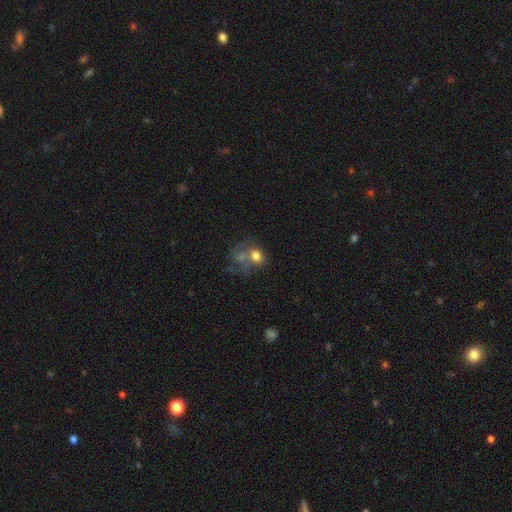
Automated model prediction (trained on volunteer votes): Q: Smooth or featured?
A: smooth (59%); runner-up: featured or disk (28%)
Q: How rounded?
A: round (54%); runner-up: in between (45%)
Q: Merging?
A: merger (40%); runner-up: none (27%)